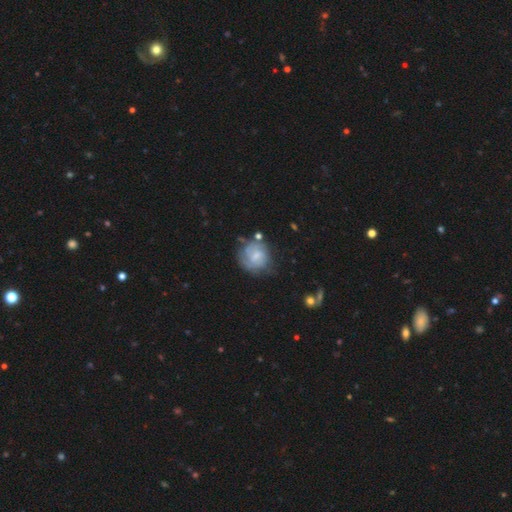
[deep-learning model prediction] This is possibly a featured or disk galaxy (49%). Merging: possibly none (53%).